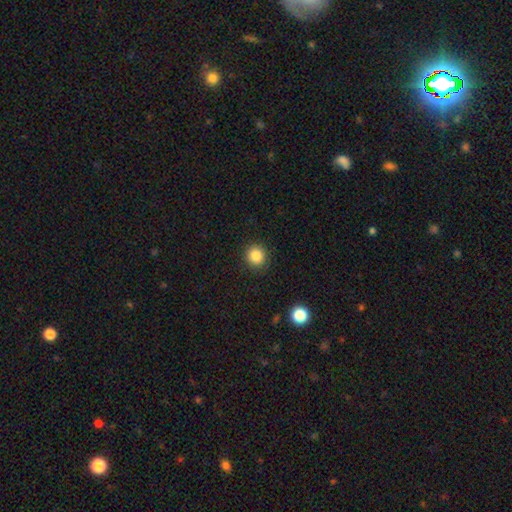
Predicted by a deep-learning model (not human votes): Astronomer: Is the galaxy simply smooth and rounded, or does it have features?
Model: smooth — 86%.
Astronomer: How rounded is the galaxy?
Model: round — 92%.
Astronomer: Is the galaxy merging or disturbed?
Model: none — 91%.